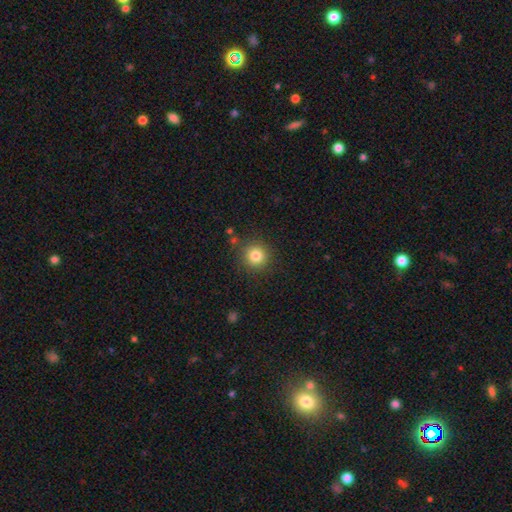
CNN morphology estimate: The model was most divided on "smooth or featured": smooth: 82%, star or artifact: 12%, featured or disk: 6%. More confident: how rounded — round (94%); merging — none (87%).